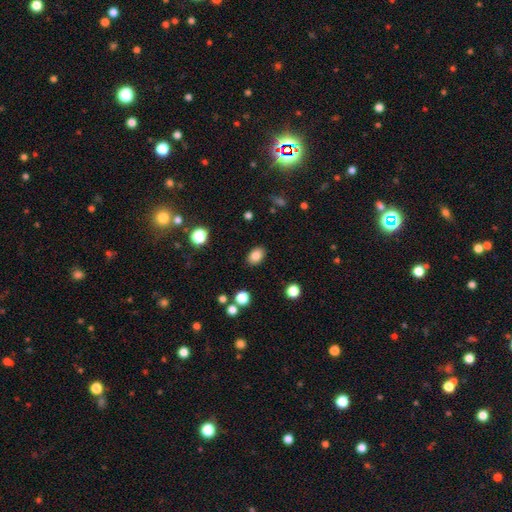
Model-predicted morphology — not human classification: A smooth galaxy with no disk features (84%) that is in between round and cigar-shaped (80%). Merging: none (87%).